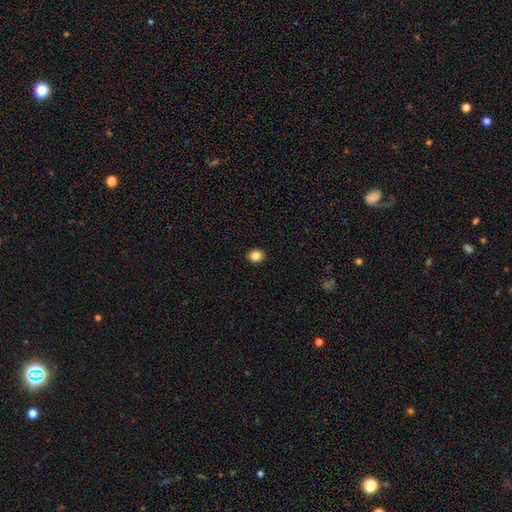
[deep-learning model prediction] Smooth or featured? smooth (85%)
How rounded? round (67%)
Merging? none (92%)